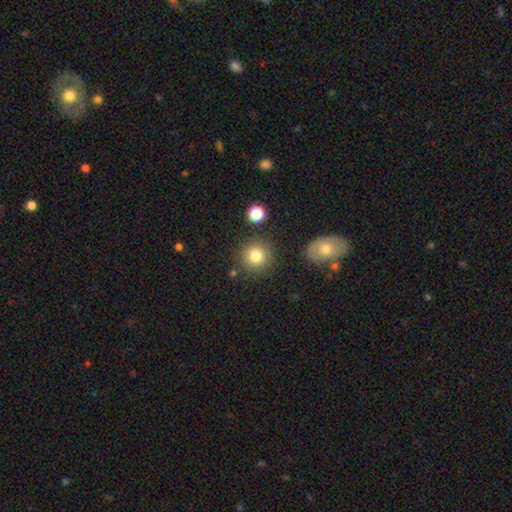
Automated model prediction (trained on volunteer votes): smooth-or-featured: smooth: 82% | star or artifact: 10% | featured or disk: 8%
  how-rounded: round: 92% | in between: 7% | cigar-shaped: 1%
  merging: none: 84% | minor disturbance: 9% | merger: 5% | major disturbance: 3%